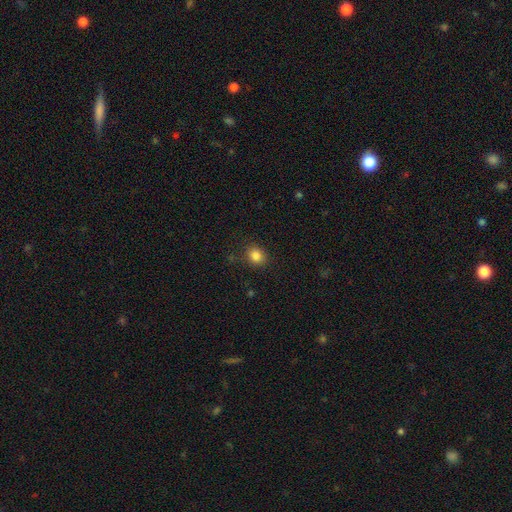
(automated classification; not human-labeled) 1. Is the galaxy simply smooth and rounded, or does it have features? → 84% smooth, 11% star or artifact, 4% featured or disk.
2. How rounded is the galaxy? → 62% round, 37% in between, 1% cigar-shaped.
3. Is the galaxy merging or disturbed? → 84% none, 11% minor disturbance, 3% major disturbance, 1% merger.